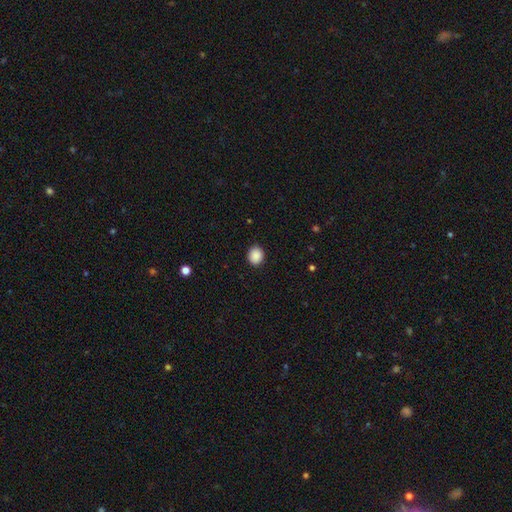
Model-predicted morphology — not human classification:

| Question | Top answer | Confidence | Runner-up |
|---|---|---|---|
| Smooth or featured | smooth | 89% | star or artifact (8%) |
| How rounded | round | 75% | in between (24%) |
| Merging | none | 90% | minor disturbance (7%) |